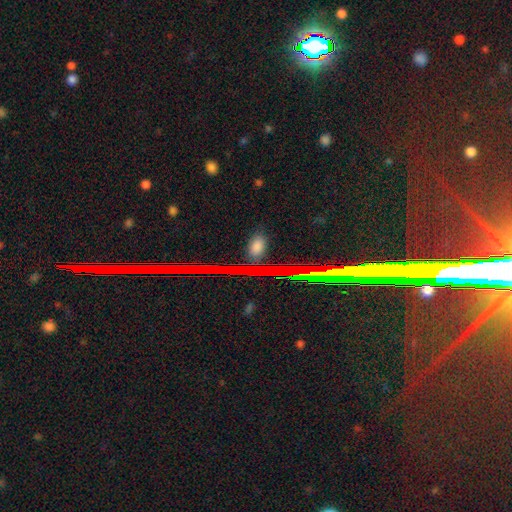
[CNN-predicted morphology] A star or artifact, not a galaxy (77%).